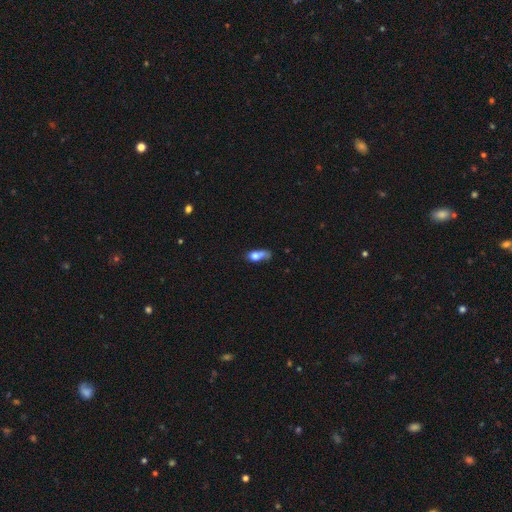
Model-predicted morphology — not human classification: Smooth or featured?
  - smooth: 68% *
  - featured or disk: 21%
  - star or artifact: 11%
How rounded?
  - in between: 72% *
  - cigar-shaped: 15%
  - round: 13%
Merging?
  - major disturbance: 28% *
  - none: 26%
  - minor disturbance: 25%
  - merger: 21%